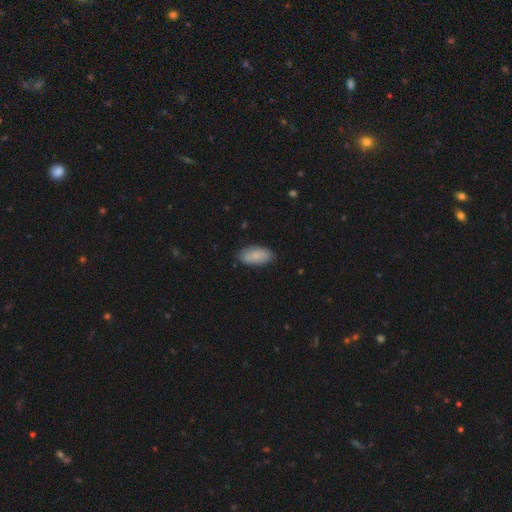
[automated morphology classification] Overall: smooth (82%). How rounded: in between (94%). Merging: none (83%).